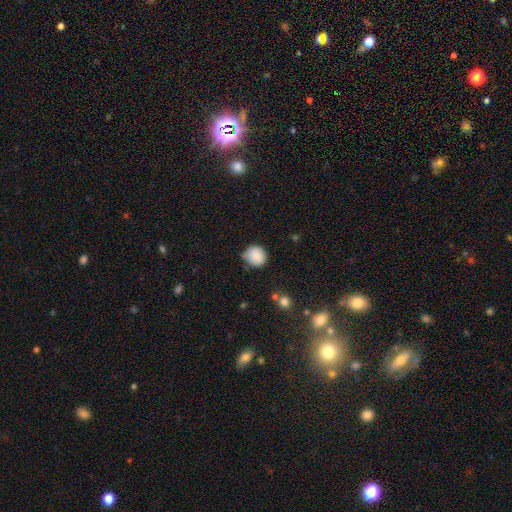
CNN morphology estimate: The model was most divided on "merging": none: 67%, minor disturbance: 25%, major disturbance: 5%, merger: 3%. More confident: smooth or featured — smooth (87%); how rounded — round (86%).